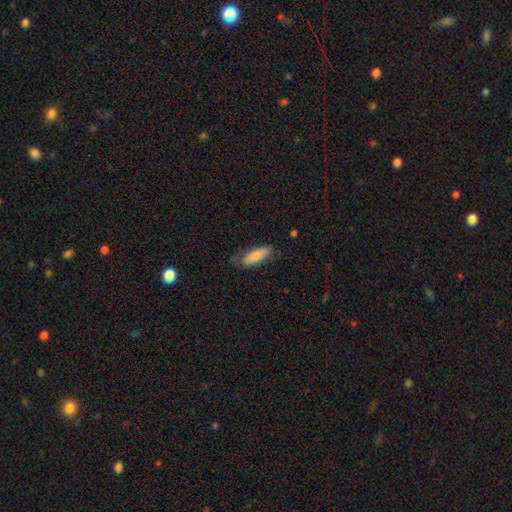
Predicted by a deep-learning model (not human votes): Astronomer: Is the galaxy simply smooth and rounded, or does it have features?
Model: smooth — 75%.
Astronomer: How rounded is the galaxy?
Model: in between — 58% (runner-up: cigar-shaped, 41%).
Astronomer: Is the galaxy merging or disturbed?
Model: none — 68%.